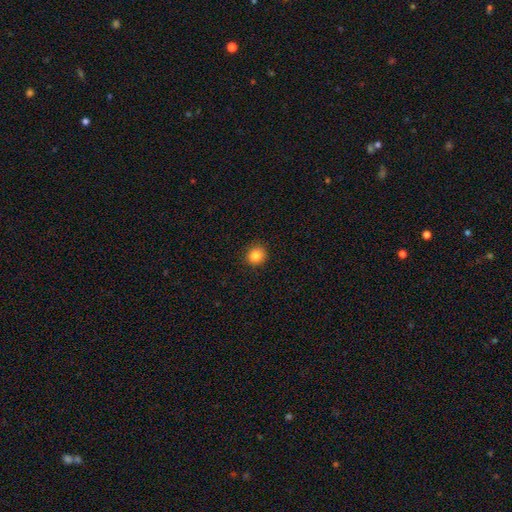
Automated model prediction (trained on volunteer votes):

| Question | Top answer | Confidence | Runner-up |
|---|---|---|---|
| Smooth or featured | smooth | 85% | star or artifact (11%) |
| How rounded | round | 88% | in between (11%) |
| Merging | none | 91% | minor disturbance (7%) |